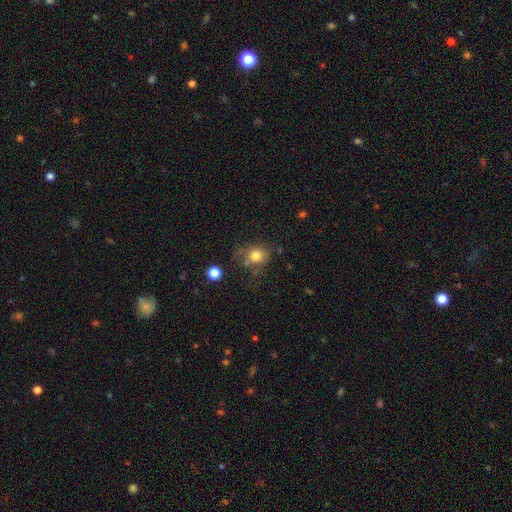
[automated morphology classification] type=smooth (78%); roundness=round (71%); merging=none (57%).